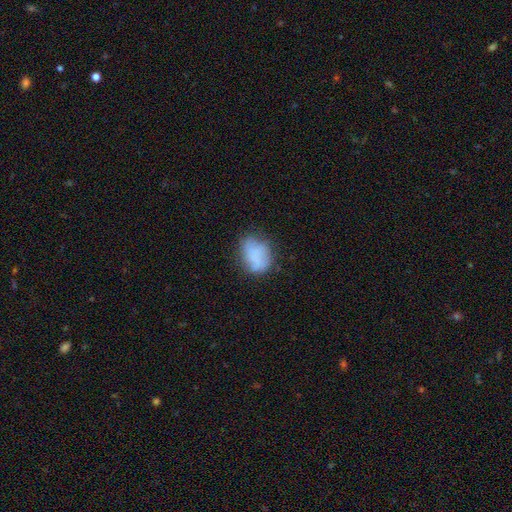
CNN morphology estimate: This appears to be a smooth galaxy with no disk features (72%) that is in between round and cigar-shaped (66%). Merging: none (54%).